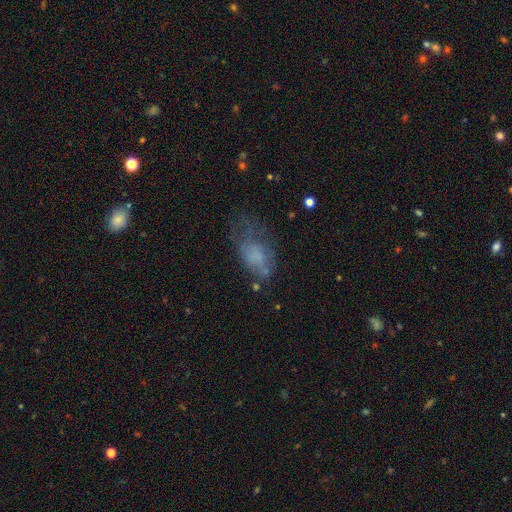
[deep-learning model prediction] Q: Smooth or featured?
A: smooth (60%); runner-up: featured or disk (27%)
Q: How rounded?
A: in between (87%); runner-up: round (9%)
Q: Merging?
A: none (34%); runner-up: major disturbance (32%)